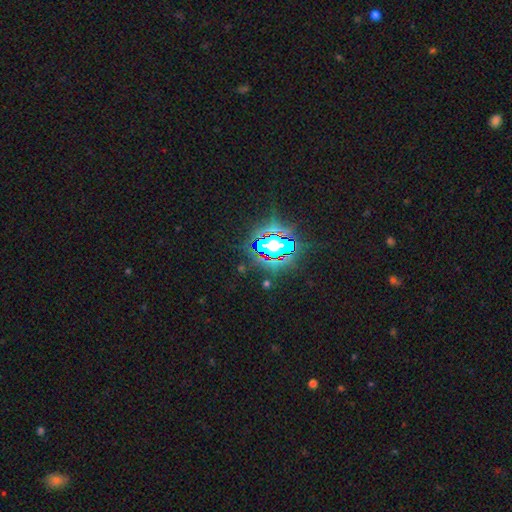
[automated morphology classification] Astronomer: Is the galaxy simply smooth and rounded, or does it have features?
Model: star or artifact — 82%.